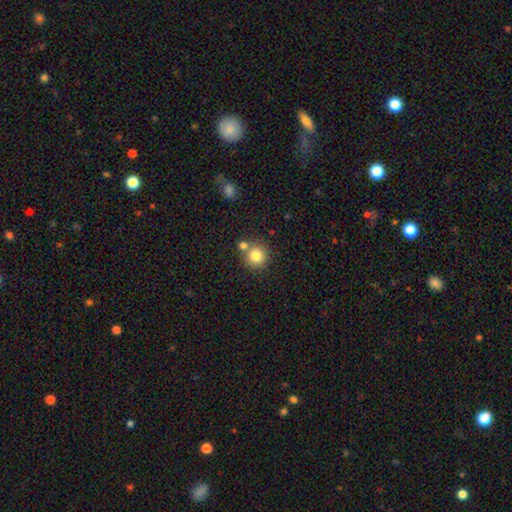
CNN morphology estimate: A smooth galaxy with no disk features (81%) that is round (93%).

Vote fractions:
- Smooth or featured? smooth: 81% / star or artifact: 11% / featured or disk: 8%
- How rounded? round: 93% / in between: 6% / cigar-shaped: 1%
- Merging? none: 67% / merger: 22% / minor disturbance: 9% / major disturbance: 3%